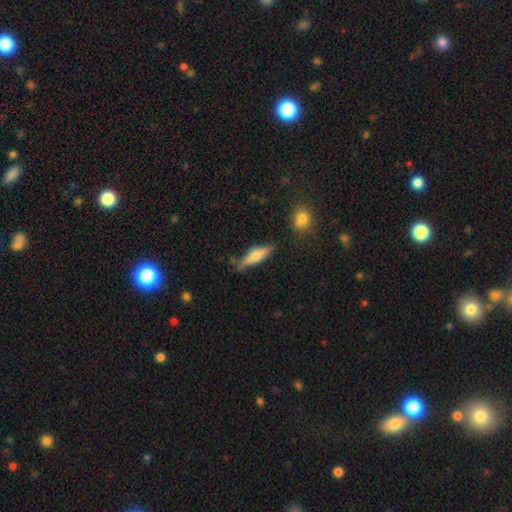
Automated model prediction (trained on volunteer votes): A smooth galaxy with no disk features (59%) that is cigar-shaped (64%).

Vote fractions:
- Smooth or featured? smooth: 59% / featured or disk: 34% / star or artifact: 7%
- How rounded? cigar-shaped: 64% / in between: 34% / round: 2%
- Merging? none: 67% / minor disturbance: 22% / major disturbance: 6% / merger: 5%